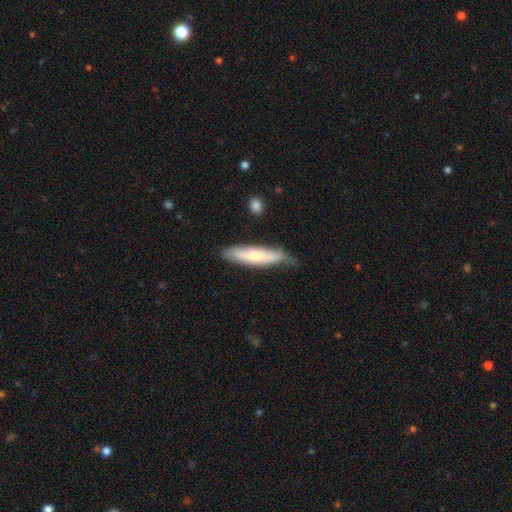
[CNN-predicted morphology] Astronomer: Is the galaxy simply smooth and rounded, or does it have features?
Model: smooth — 61%.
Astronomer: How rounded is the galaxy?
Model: cigar-shaped — 76%.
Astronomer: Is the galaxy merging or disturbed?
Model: none — 64%.